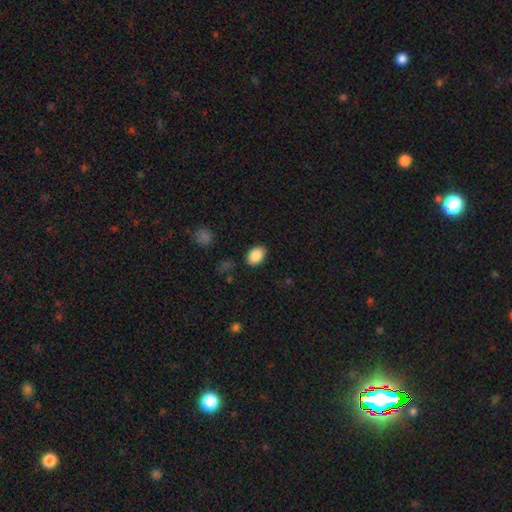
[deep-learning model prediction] Overall: smooth (87%). How rounded: in between (83%). Merging: none (85%).